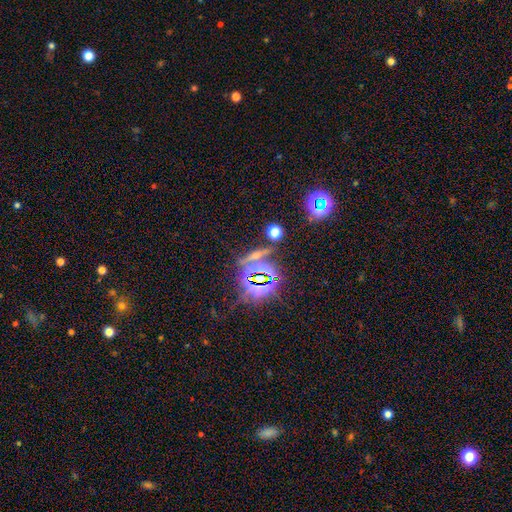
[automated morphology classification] Smooth or featured? Predicted: star or artifact (p=0.58).